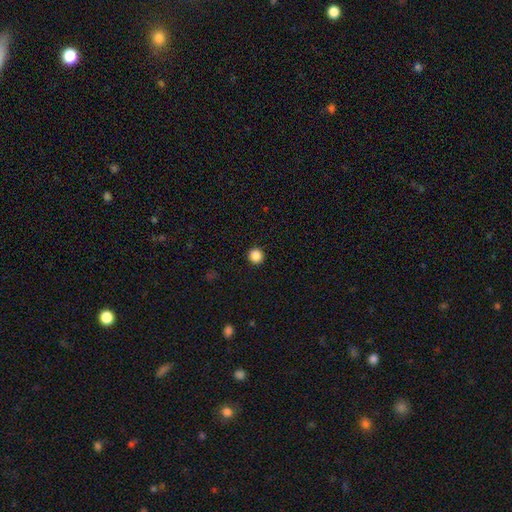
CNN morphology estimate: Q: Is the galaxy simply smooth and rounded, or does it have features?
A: smooth — 87%.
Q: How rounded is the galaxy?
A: round — 96%.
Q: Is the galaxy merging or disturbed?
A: none — 94%.